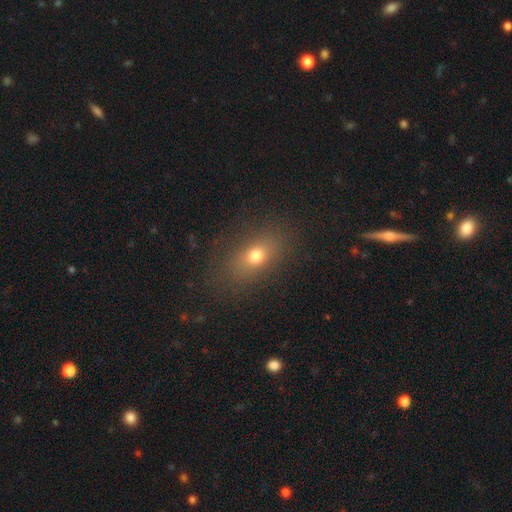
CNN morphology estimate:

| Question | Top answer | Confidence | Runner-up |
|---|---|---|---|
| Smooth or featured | smooth | 69% | featured or disk (15%) |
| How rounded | in between | 73% | round (20%) |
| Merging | none | 82% | minor disturbance (12%) |